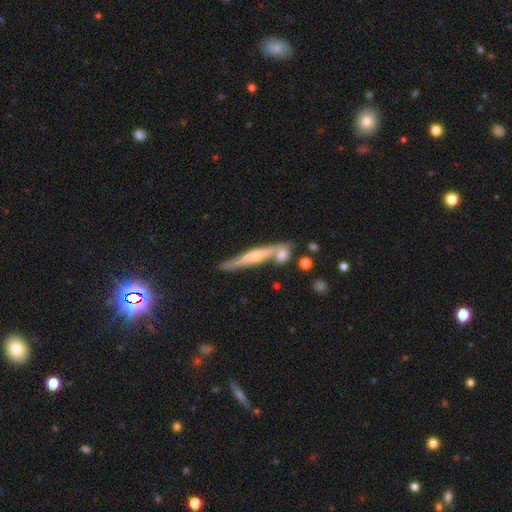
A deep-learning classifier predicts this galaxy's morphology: A featured or disk galaxy (62%) viewed edge-on (91%) with a rounded central bulge (74%). Merging: none (65%).